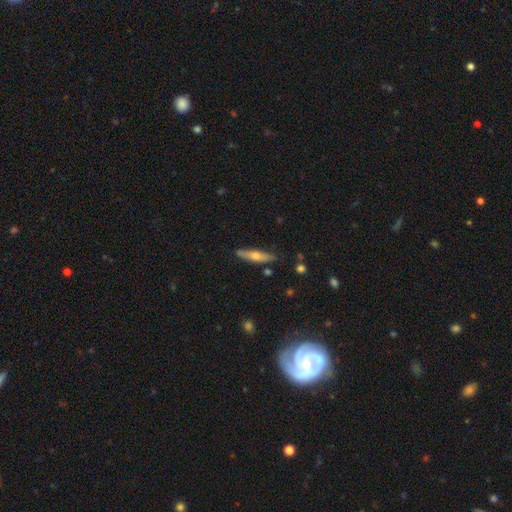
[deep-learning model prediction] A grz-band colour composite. It shows a featured or disk galaxy (50%) viewed edge-on (86%). Merging: none (82%).